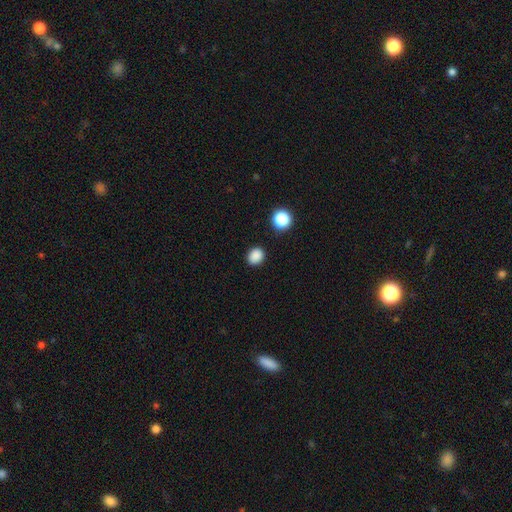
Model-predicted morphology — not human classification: smooth-or-featured: smooth: 86% | star or artifact: 11% | featured or disk: 3%
  how-rounded: round: 65% | in between: 34% | cigar-shaped: 1%
  merging: none: 88% | minor disturbance: 8% | major disturbance: 2% | merger: 2%